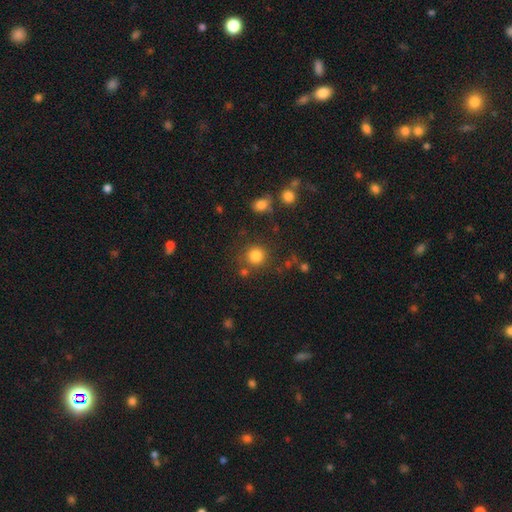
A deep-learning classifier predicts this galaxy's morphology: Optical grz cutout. It shows a smooth galaxy with no disk features (82%) that is round (92%). Merging: none (79%).